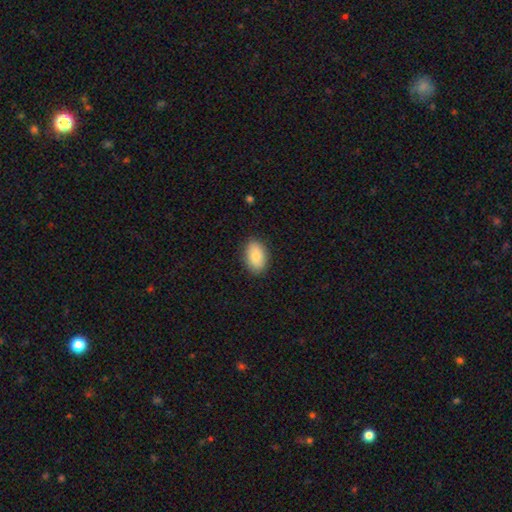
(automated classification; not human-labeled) Morphology: type=smooth (81%); roundness=in between (89%); merging=none (88%).